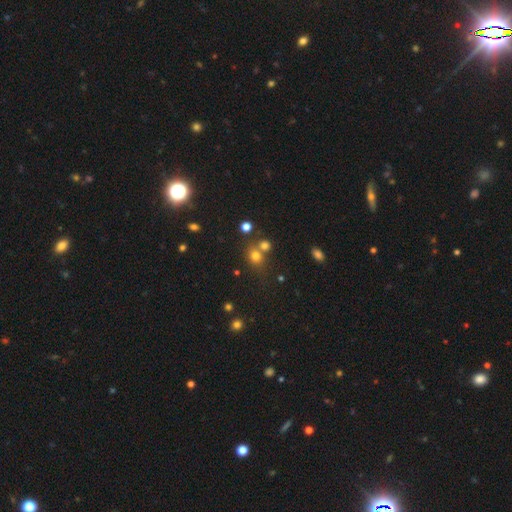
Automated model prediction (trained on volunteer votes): The model was most divided on "merging": none: 53%, merger: 34%, minor disturbance: 9%, major disturbance: 4%. More confident: smooth or featured — smooth (72%); how rounded — round (69%).